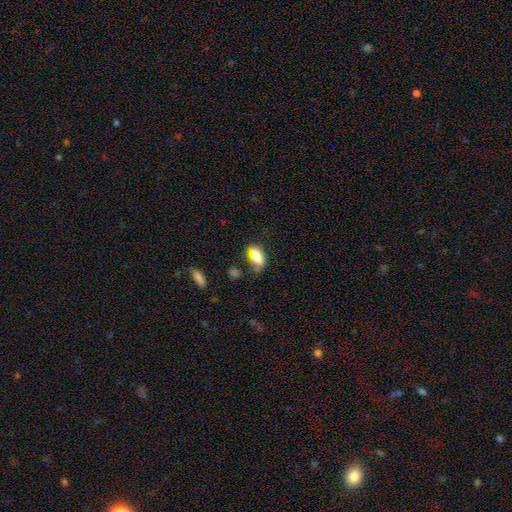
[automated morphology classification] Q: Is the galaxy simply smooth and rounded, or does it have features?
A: smooth — 77%.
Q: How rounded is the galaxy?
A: in between — 86%.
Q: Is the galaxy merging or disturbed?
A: none — 50%.